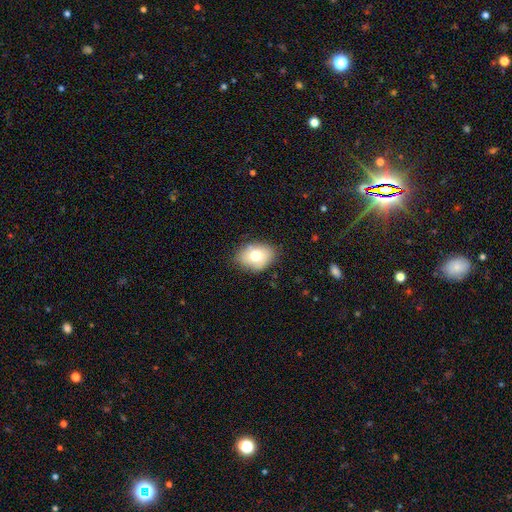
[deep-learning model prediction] Smooth or featured: smooth — 71% (featured or disk — 19%)
How rounded: in between — 73% (round — 26%)
Merging: none — 77% (minor disturbance — 18%)